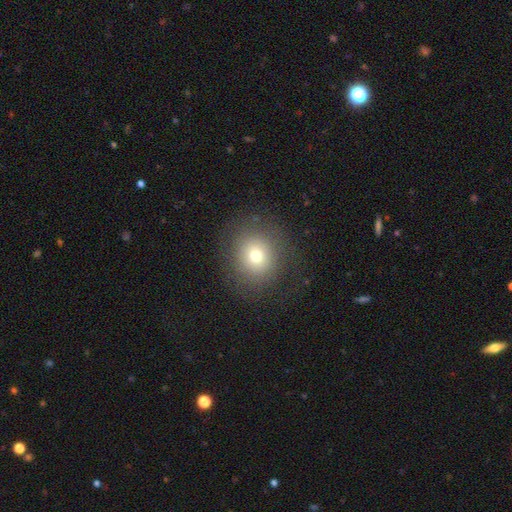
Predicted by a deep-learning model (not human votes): Smooth or featured? Predicted: smooth (p=0.72). How rounded? Predicted: round (p=0.87). Merging? Predicted: none (p=0.84).